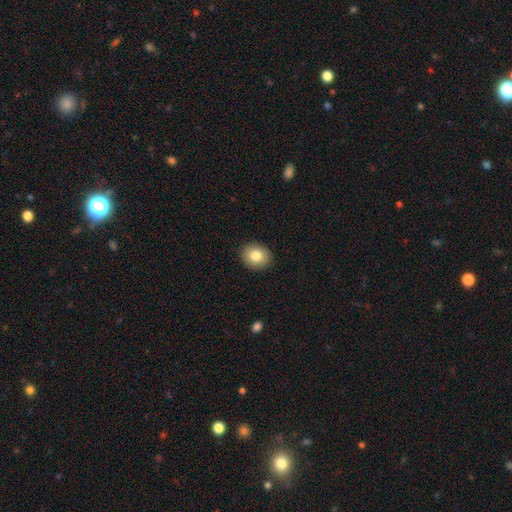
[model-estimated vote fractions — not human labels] The model was most divided on "how rounded": round: 74%, in between: 25%, cigar-shaped: 1%. More confident: merging — none (92%); smooth or featured — smooth (82%).